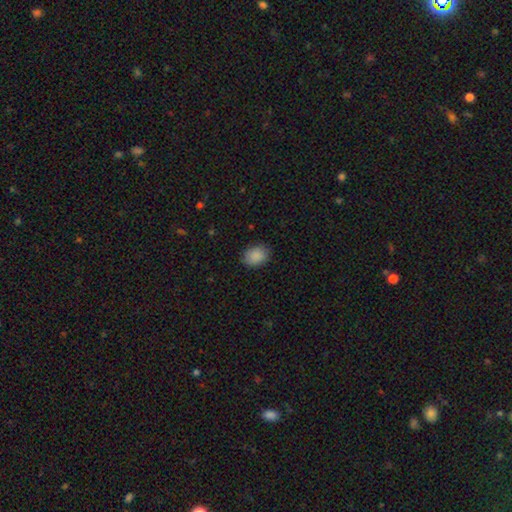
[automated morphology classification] Overall: smooth (89%). How rounded: in between (63%; round 36%). Merging: none (86%).